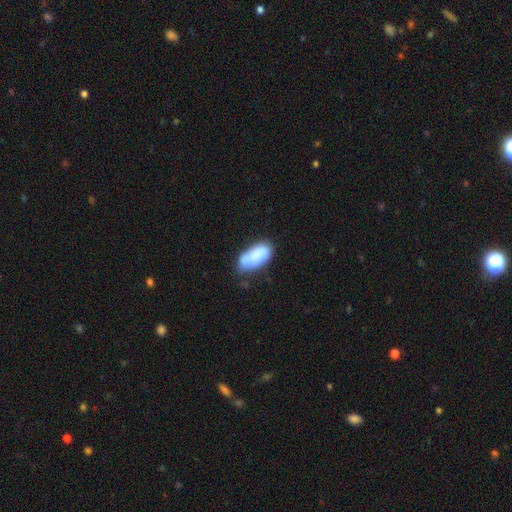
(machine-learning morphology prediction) Smooth or featured: smooth — 79% (featured or disk — 15%)
How rounded: in between — 91% (cigar-shaped — 6%)
Merging: none — 54% (minor disturbance — 30%)